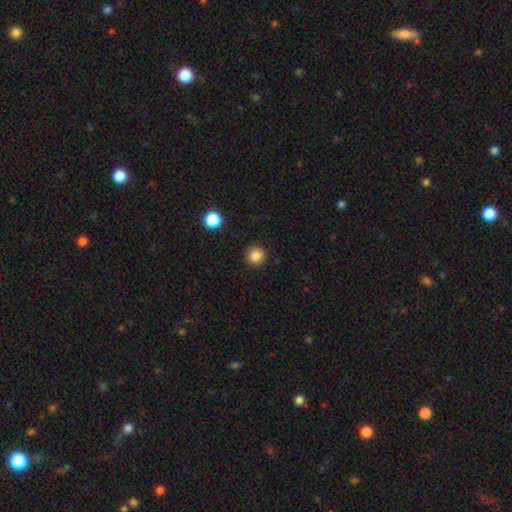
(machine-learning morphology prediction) Overall: smooth (85%). How rounded: round (95%). Merging: none (92%).